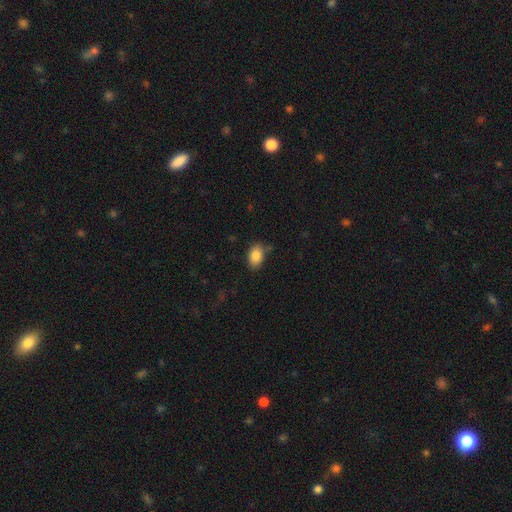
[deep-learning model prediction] Smooth or featured: smooth — 87% (star or artifact — 8%)
How rounded: in between — 83% (round — 15%)
Merging: none — 74% (minor disturbance — 19%)